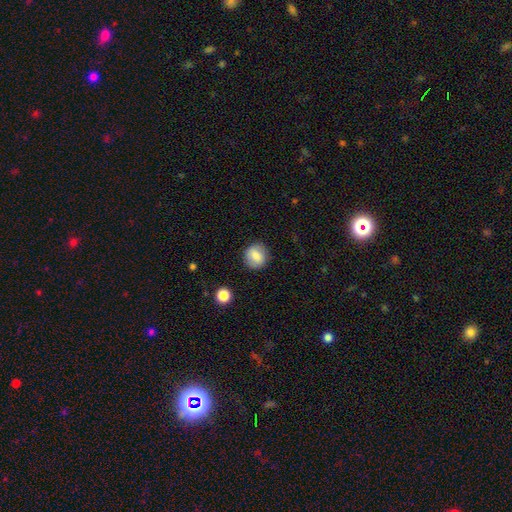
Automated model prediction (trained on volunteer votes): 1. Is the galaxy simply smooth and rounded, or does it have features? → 78% smooth, 14% featured or disk, 8% star or artifact.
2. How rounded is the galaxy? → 86% round, 13% in between, 1% cigar-shaped.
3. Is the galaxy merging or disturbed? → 86% none, 9% minor disturbance, 3% major disturbance, 1% merger.